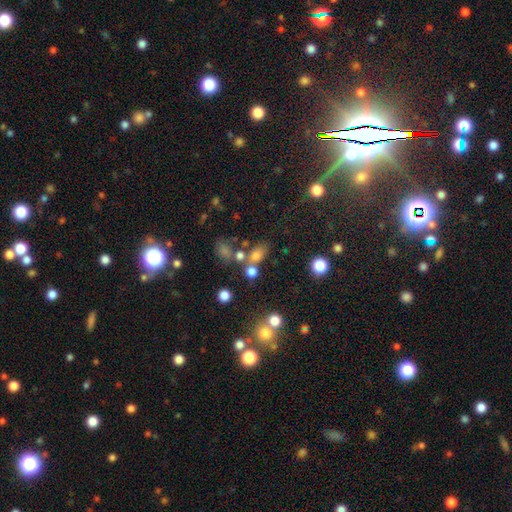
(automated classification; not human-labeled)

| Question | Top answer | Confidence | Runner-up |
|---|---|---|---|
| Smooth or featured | smooth | 71% | star or artifact (19%) |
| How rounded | in between | 61% | round (36%) |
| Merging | none | 49% | merger (32%) |